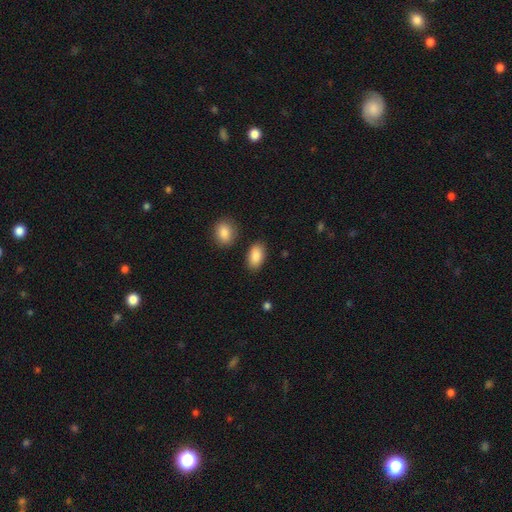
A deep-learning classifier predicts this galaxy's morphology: Smooth or featured: smooth — 88% (star or artifact — 7%)
How rounded: in between — 93% (round — 5%)
Merging: none — 86% (minor disturbance — 9%)